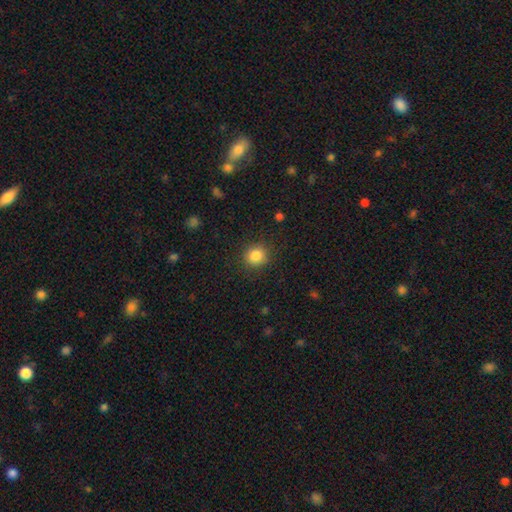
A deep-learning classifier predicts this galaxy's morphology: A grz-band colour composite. It shows a smooth galaxy with no disk features (85%) that is round (86%). Merging: none (87%).